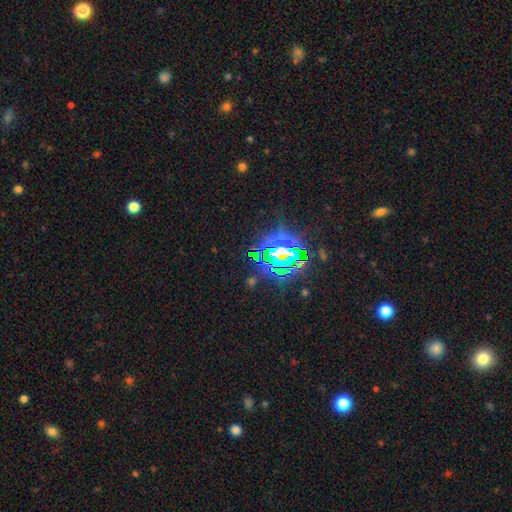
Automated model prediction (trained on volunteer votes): Smooth or featured? Predicted: star or artifact (p=0.76).